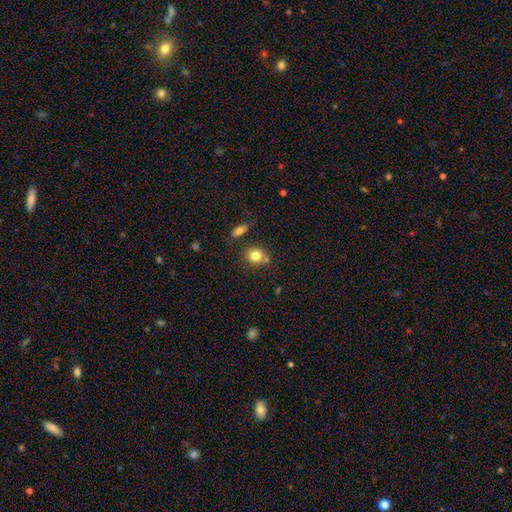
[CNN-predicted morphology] Overall: smooth (81%). How rounded: round (80%). Merging: none (68%).